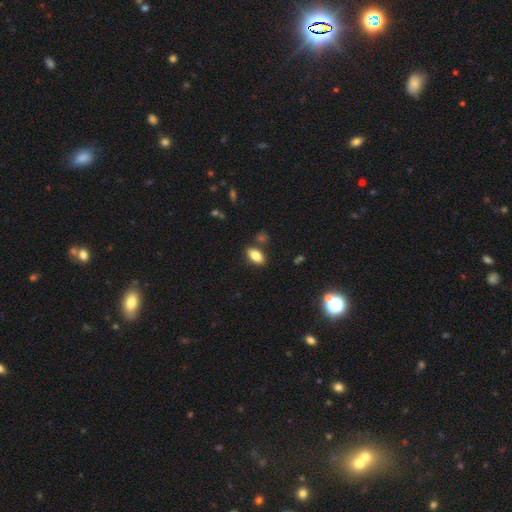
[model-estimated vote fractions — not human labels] Smooth or featured? smooth (82%)
How rounded? in between (90%)
Merging? none (82%)